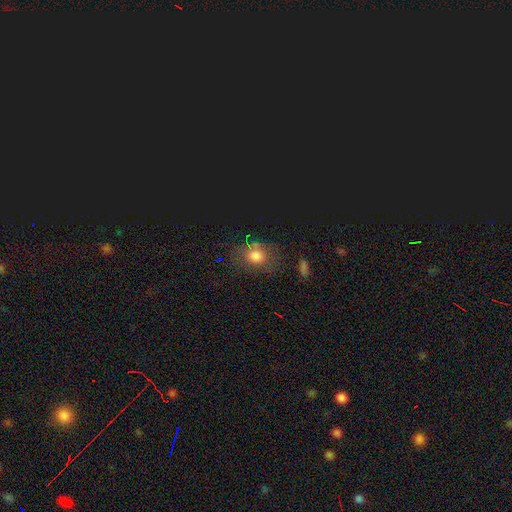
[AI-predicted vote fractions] Smooth or featured: smooth — 67% (star or artifact — 21%)
How rounded: in between — 54% (round — 44%)
Merging: none — 69% (minor disturbance — 18%)